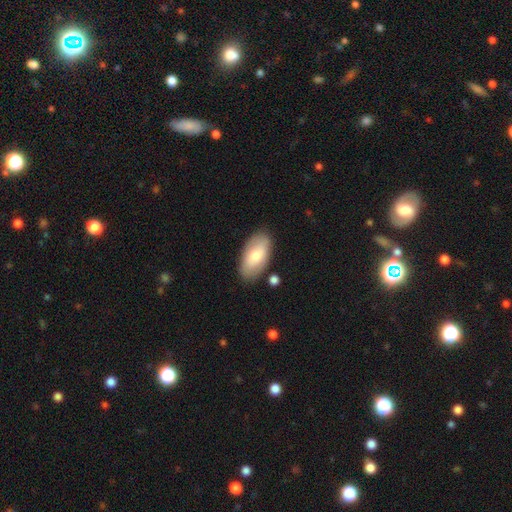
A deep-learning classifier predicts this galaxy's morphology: smooth 69%, featured or disk 25%, star or artifact 6%. Down the decision tree: how rounded — in between (94%); merging — none (82%).